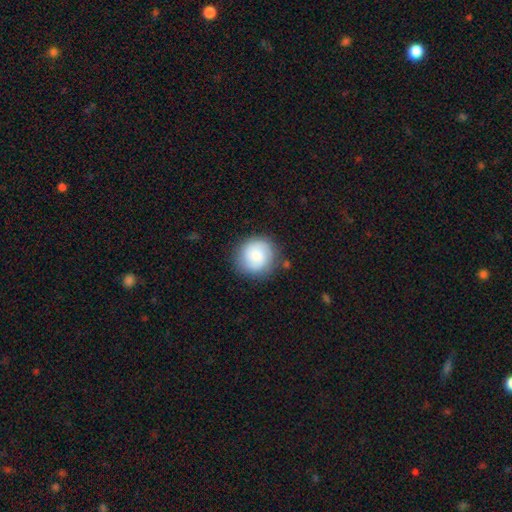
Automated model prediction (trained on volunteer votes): smooth_or_featured: smooth (p=0.58) [alt: featured or disk p=0.34]
how_rounded: round (p=0.91) [alt: in between p=0.08]
merging: none (p=0.82) [alt: minor disturbance p=0.12]